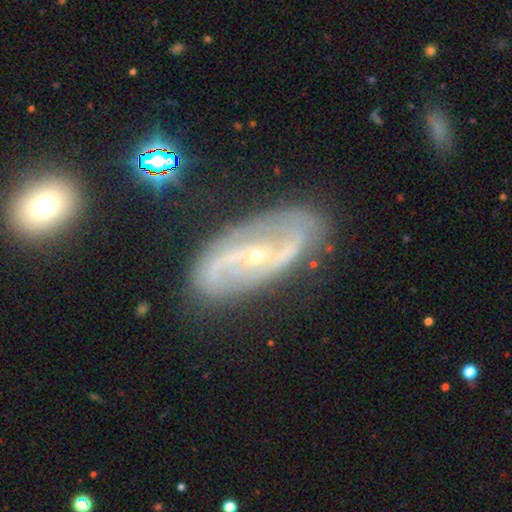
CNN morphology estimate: Q: Smooth or featured?
A: featured or disk (86%); runner-up: smooth (8%)
Q: Edge-on disk?
A: no (93%); runner-up: yes (7%)
Q: Bar?
A: no (41%); runner-up: weak (34%)
Q: Spiral arms?
A: yes (91%); runner-up: no (9%)
Q: Spiral winding?
A: loose (40%); runner-up: medium (39%)
Q: Spiral arm count?
A: 2 (85%); runner-up: can't tell (8%)
Q: Bulge size?
A: small (76%); runner-up: moderate (21%)
Q: Merging?
A: none (77%); runner-up: minor disturbance (15%)